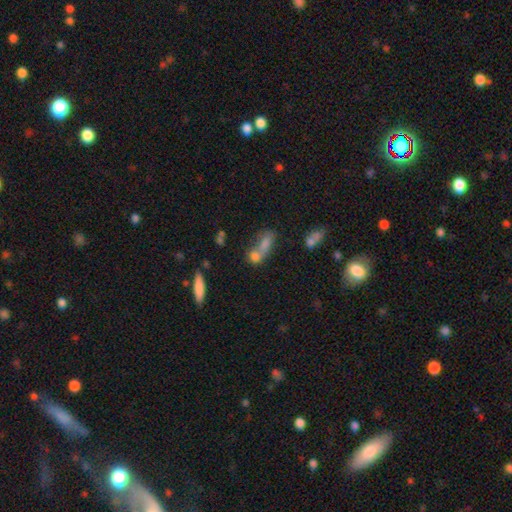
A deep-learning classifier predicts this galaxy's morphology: This is likely a smooth galaxy (73%). How rounded: possibly in between (57%). Merging: likely merger (60%).